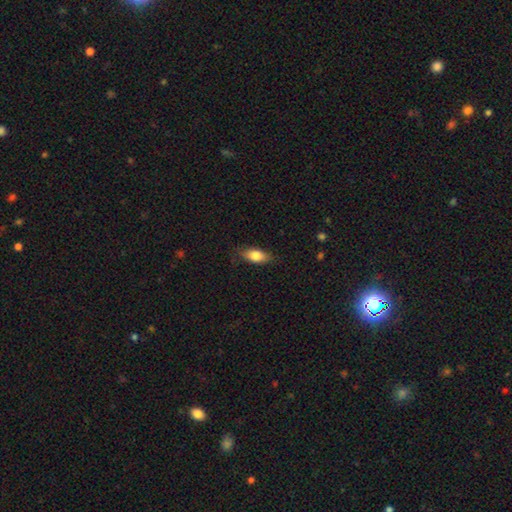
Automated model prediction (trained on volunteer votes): Smooth or featured? smooth (79%)
How rounded? in between (83%)
Merging? none (80%)